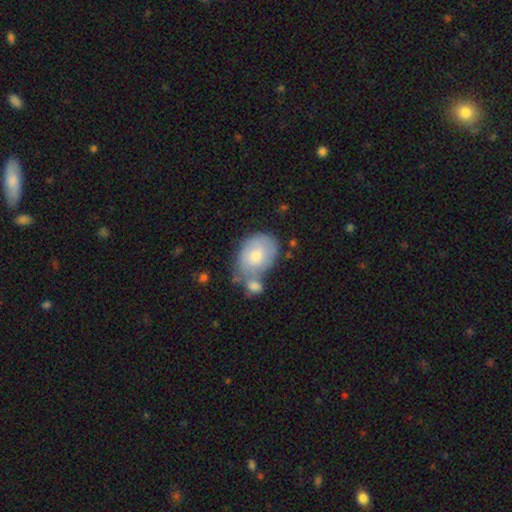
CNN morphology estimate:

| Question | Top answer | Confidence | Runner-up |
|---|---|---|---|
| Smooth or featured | smooth | 68% | featured or disk (26%) |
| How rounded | in between | 70% | round (29%) |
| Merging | merger | 34% | none (33%) |